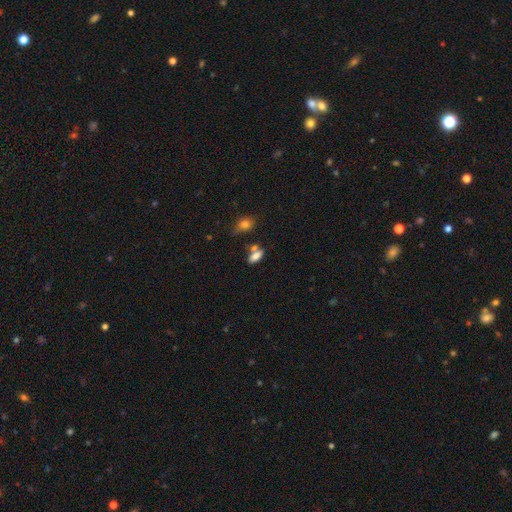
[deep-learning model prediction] Q: Smooth or featured?
A: smooth (79%); runner-up: featured or disk (11%)
Q: How rounded?
A: in between (81%); runner-up: cigar-shaped (13%)
Q: Merging?
A: none (54%); runner-up: merger (23%)